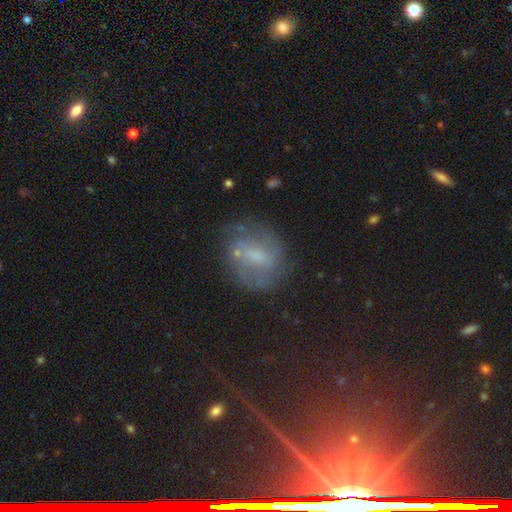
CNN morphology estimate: Smooth or featured? featured or disk (55%)
Edge-on disk? no (96%)
Bar? weak (51%)
Spiral arms? yes (69%)
Bulge size? small (39%)
Merging? none (65%)